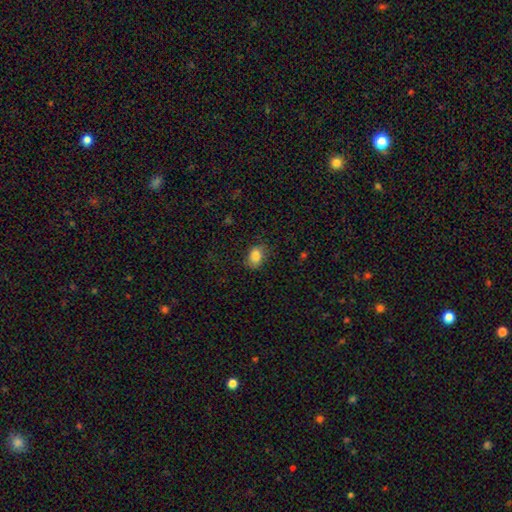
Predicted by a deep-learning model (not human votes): This appears to be a smooth galaxy with no disk features (85%) that is in between round and cigar-shaped (80%). Merging: none (75%).